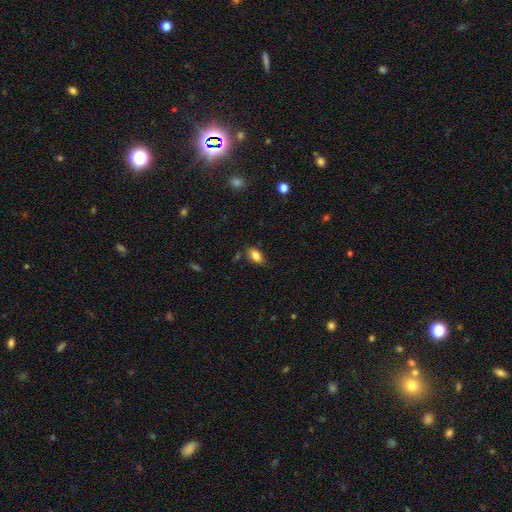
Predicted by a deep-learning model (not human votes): A smooth galaxy with no disk features (84%) that is in between round and cigar-shaped (90%). Merging: none (80%).